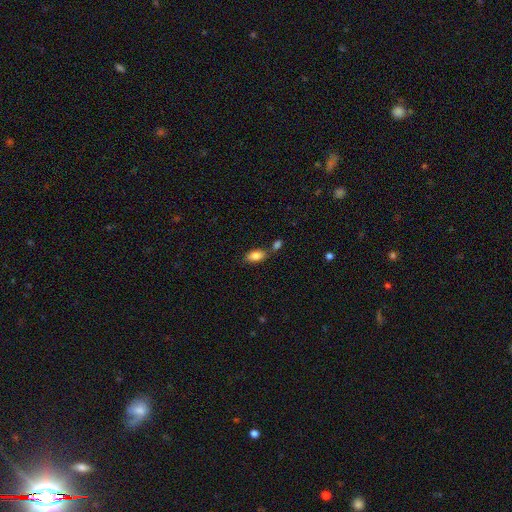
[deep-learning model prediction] Q: Smooth or featured?
A: smooth (85%); runner-up: featured or disk (8%)
Q: How rounded?
A: in between (92%); runner-up: cigar-shaped (4%)
Q: Merging?
A: none (60%); runner-up: merger (24%)